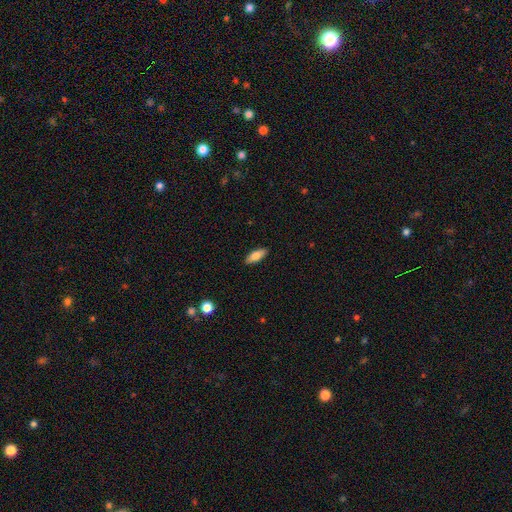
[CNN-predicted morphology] Smooth or featured? Predicted: smooth (p=0.76). How rounded? Predicted: in between (p=0.71). Merging? Predicted: none (p=0.89).